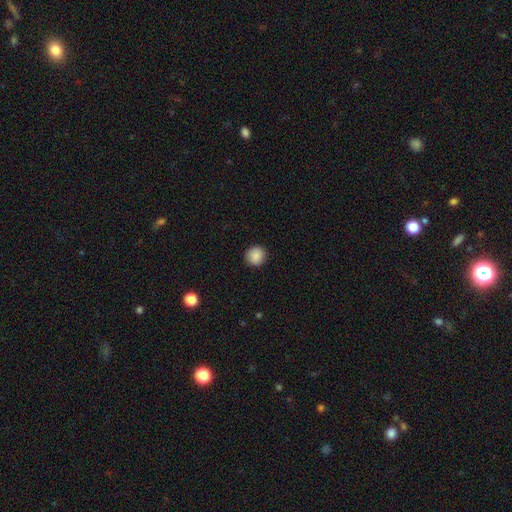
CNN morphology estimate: type=smooth (89%); roundness=round (92%); merging=none (91%).